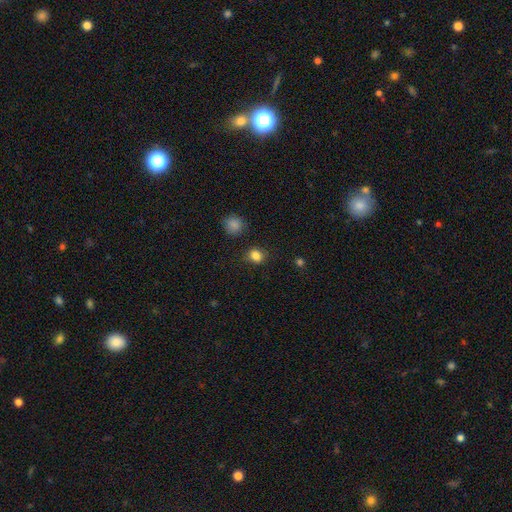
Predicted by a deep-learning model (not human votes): This appears to be a smooth galaxy with no disk features (83%) that is round (68%). Merging: none (82%).